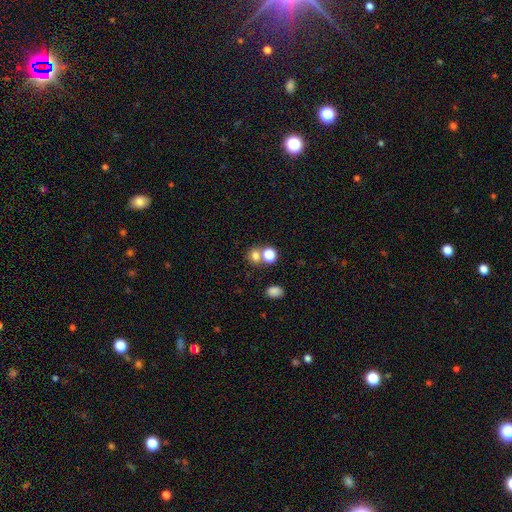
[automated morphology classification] smooth 76%, star or artifact 15%, featured or disk 9%. Down the decision tree: how rounded — round (68%); merging — none (49%).